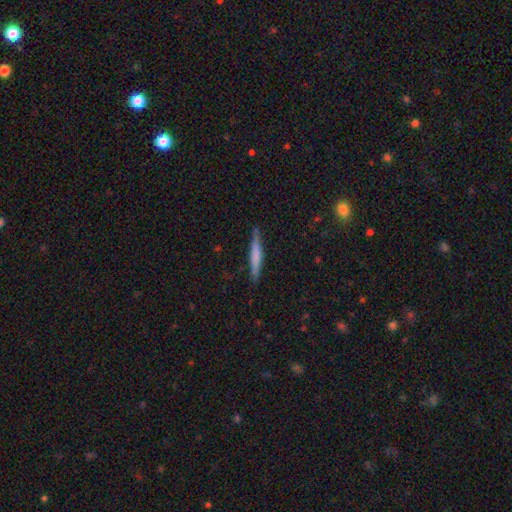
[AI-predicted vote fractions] Overall: smooth (55%; featured or disk 39%). How rounded: cigar-shaped (94%). Merging: none (88%).